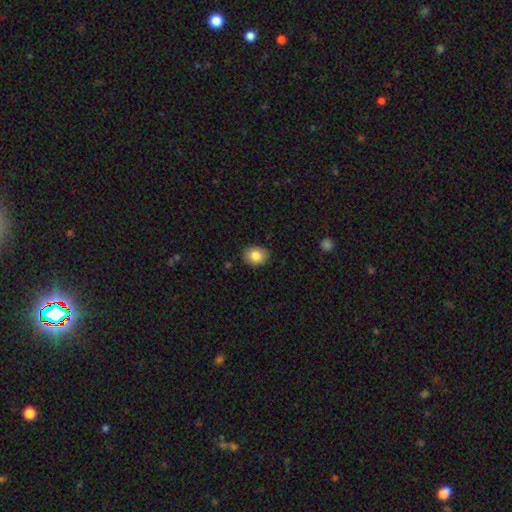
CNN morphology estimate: Smooth or featured: smooth — 84% (star or artifact — 8%)
How rounded: in between — 51% (round — 48%)
Merging: none — 88% (minor disturbance — 9%)